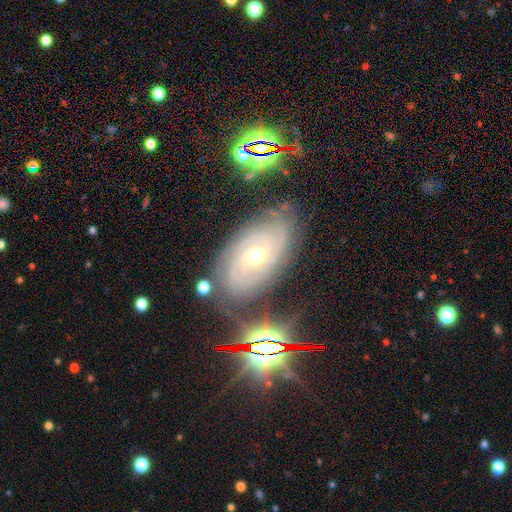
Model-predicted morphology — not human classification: Smooth or featured?
  - featured or disk: 80% *
  - star or artifact: 12%
  - smooth: 8%
Edge-on disk?
  - no: 94% *
  - yes: 6%
Bar?
  - no: 48% *
  - weak: 38%
  - strong: 14%
Spiral arms?
  - yes: 95% *
  - no: 5%
Spiral winding?
  - tight: 79% *
  - medium: 17%
  - loose: 4%
Spiral arm count?
  - can't tell: 38% *
  - 2: 23%
  - 3: 17%
  - 4: 11%
  - more than 4: 6%
  - 1: 5%
Bulge size?
  - moderate: 55% *
  - small: 42%
  - large: 1%
  - none: 1%
  - dominant: 1%
Merging?
  - none: 77% *
  - minor disturbance: 16%
  - major disturbance: 5%
  - merger: 2%